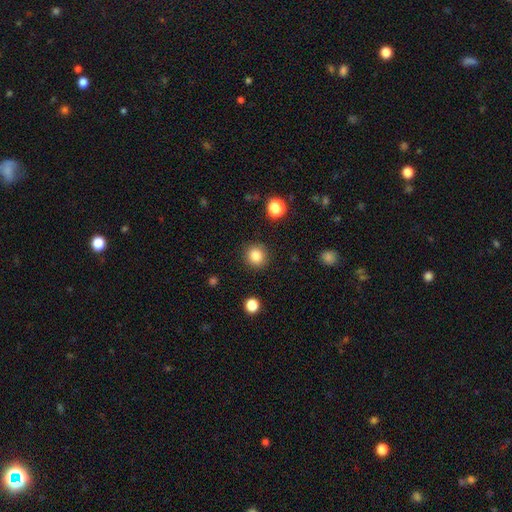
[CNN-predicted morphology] smooth-or-featured: smooth: 84% | star or artifact: 11% | featured or disk: 5%
  how-rounded: round: 90% | in between: 9% | cigar-shaped: 1%
  merging: none: 90% | minor disturbance: 7% | major disturbance: 3% | merger: 1%